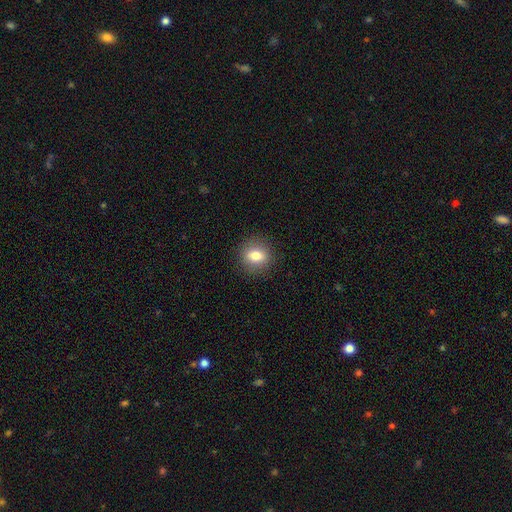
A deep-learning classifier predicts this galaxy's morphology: smooth_or_featured: smooth (p=0.77) [alt: featured or disk p=0.13]
how_rounded: round (p=0.73) [alt: in between p=0.25]
merging: none (p=0.89) [alt: minor disturbance p=0.08]